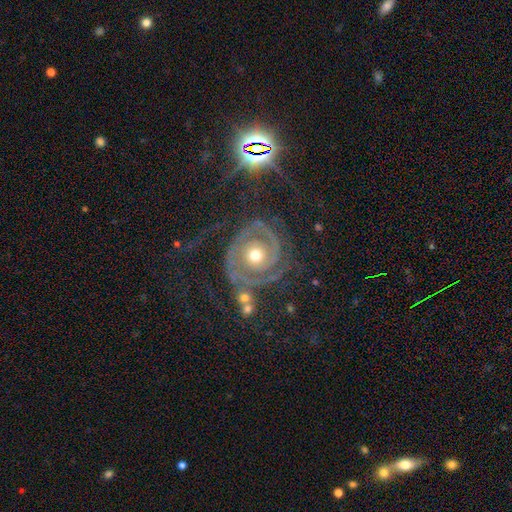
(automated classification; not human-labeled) This is clearly a featured or disk galaxy (86%). It is clearly not viewed edge-on (97%). Bar: clearly no (81%). Spiral arm pattern: clearly yes (96%). Spiral arm count: likely 2 (62%). Spiral winding: likely tight (70%). Central bulge: likely moderate (70%). Merging: likely none (61%).